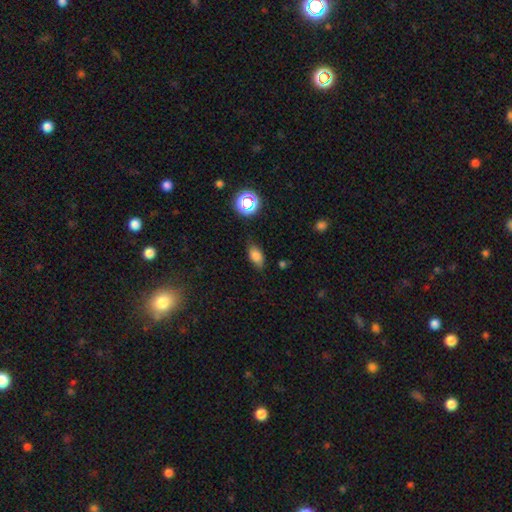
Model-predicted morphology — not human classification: smooth 78%, star or artifact 13%, featured or disk 9%. Down the decision tree: how rounded — in between (87%); merging — none (78%).